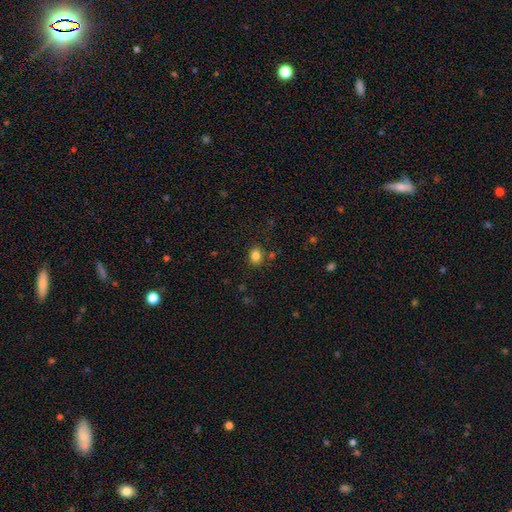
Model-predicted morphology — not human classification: Smooth or featured?
  - smooth: 83% *
  - star or artifact: 11%
  - featured or disk: 6%
How rounded?
  - in between: 50% *
  - round: 49%
  - cigar-shaped: 1%
Merging?
  - none: 82% *
  - minor disturbance: 11%
  - merger: 4%
  - major disturbance: 3%